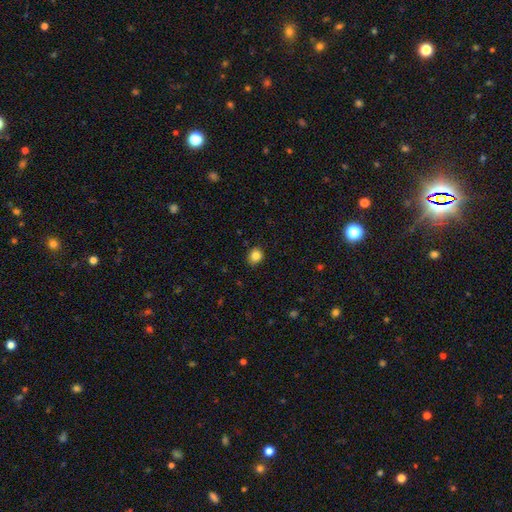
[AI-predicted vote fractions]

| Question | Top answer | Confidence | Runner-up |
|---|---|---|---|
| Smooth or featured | smooth | 85% | star or artifact (11%) |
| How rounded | round | 69% | in between (30%) |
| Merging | none | 82% | minor disturbance (14%) |